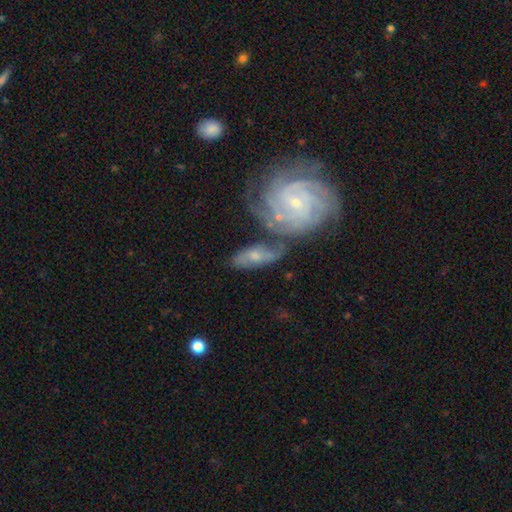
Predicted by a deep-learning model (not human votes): Q: Smooth or featured?
A: featured or disk (69%); runner-up: smooth (24%)
Q: Edge-on disk?
A: no (91%); runner-up: yes (9%)
Q: Bar?
A: no (64%); runner-up: weak (28%)
Q: Spiral arms?
A: yes (85%); runner-up: no (15%)
Q: Spiral winding?
A: tight (53%); runner-up: medium (33%)
Q: Spiral arm count?
A: can't tell (37%); runner-up: 2 (27%)
Q: Bulge size?
A: small (55%); runner-up: moderate (38%)
Q: Merging?
A: none (46%); runner-up: merger (26%)